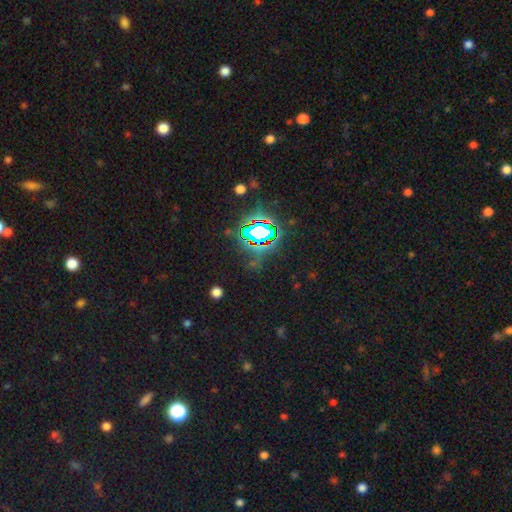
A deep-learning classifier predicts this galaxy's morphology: smooth-or-featured: star or artifact: 82% | smooth: 10% | featured or disk: 7%